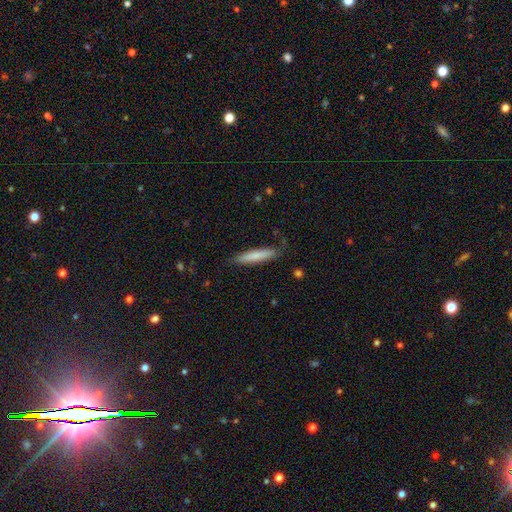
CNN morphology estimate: Smooth or featured? smooth (76%)
How rounded? cigar-shaped (90%)
Merging? none (80%)